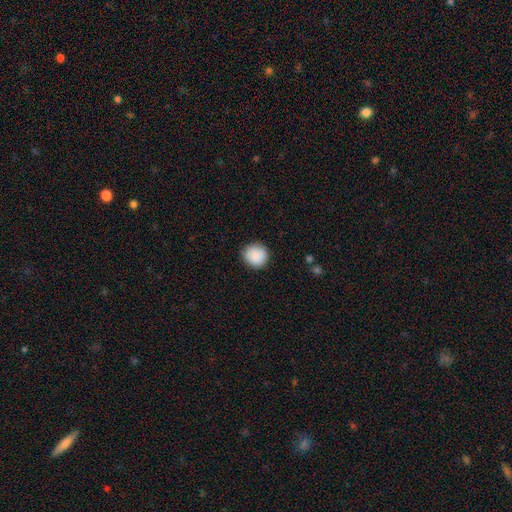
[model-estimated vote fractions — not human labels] Overall: smooth (90%). How rounded: round (92%). Merging: none (88%).